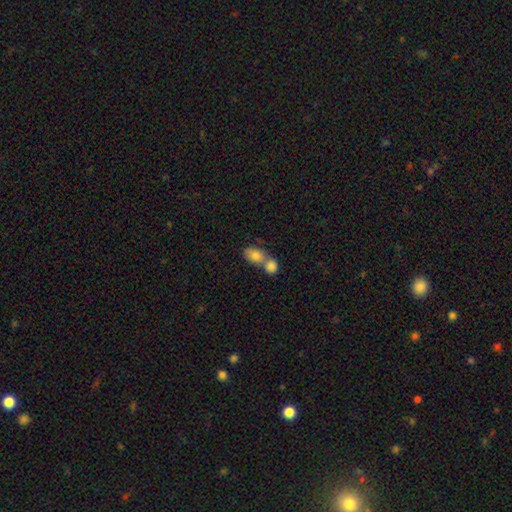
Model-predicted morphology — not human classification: A smooth galaxy with no disk features (80%) that is in between round and cigar-shaped (70%).

Vote fractions:
- Smooth or featured? smooth: 80% / featured or disk: 12% / star or artifact: 8%
- How rounded? in between: 70% / round: 28% / cigar-shaped: 2%
- Merging? merger: 65% / none: 25% / minor disturbance: 7% / major disturbance: 3%